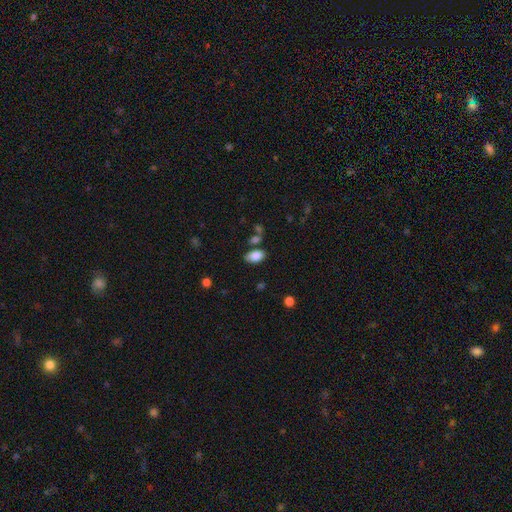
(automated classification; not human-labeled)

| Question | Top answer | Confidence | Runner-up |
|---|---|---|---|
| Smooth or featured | smooth | 87% | star or artifact (8%) |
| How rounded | in between | 93% | round (5%) |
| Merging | none | 74% | minor disturbance (15%) |